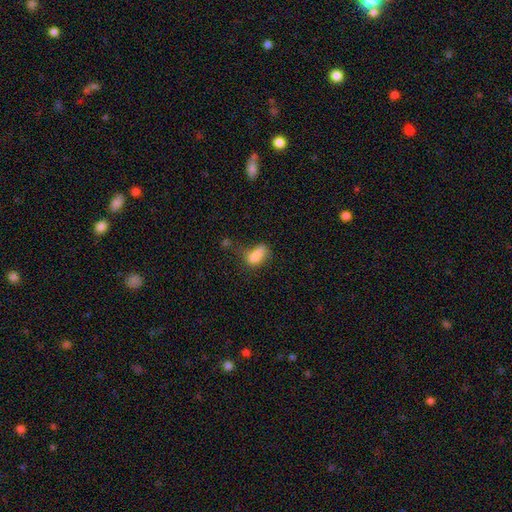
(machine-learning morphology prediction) smooth 81%, star or artifact 10%, featured or disk 8%. Down the decision tree: how rounded — in between (84%); merging — none (36%).